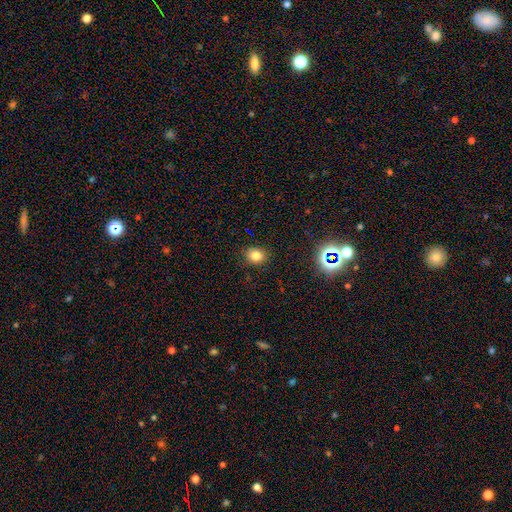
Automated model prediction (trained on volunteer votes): Q: Smooth or featured?
A: smooth (80%); runner-up: star or artifact (15%)
Q: How rounded?
A: round (58%); runner-up: in between (41%)
Q: Merging?
A: none (87%); runner-up: minor disturbance (9%)